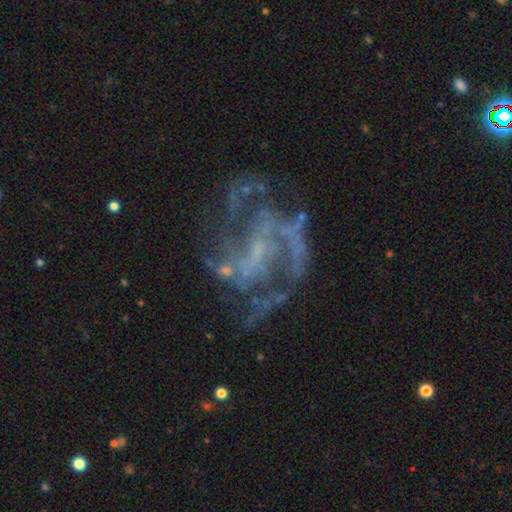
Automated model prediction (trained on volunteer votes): This appears to be a featured or disk galaxy (84%) with a weak bar (41%), 2 (30%) medium (49%) spiral arms (87%) and a small central bulge (46%). Merging: none (54%).